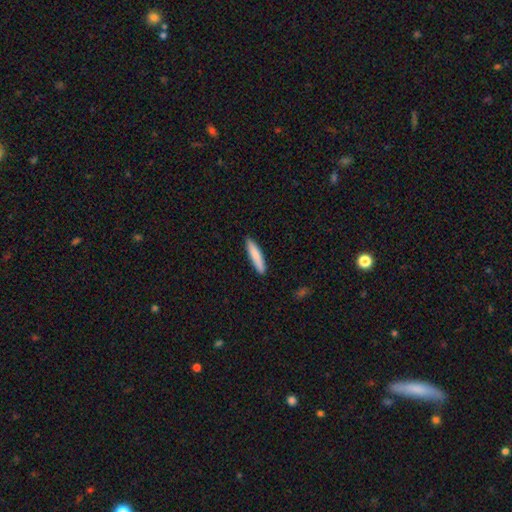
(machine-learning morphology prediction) Q: Smooth or featured?
A: smooth (83%); runner-up: featured or disk (12%)
Q: How rounded?
A: cigar-shaped (86%); runner-up: in between (13%)
Q: Merging?
A: none (90%); runner-up: minor disturbance (8%)